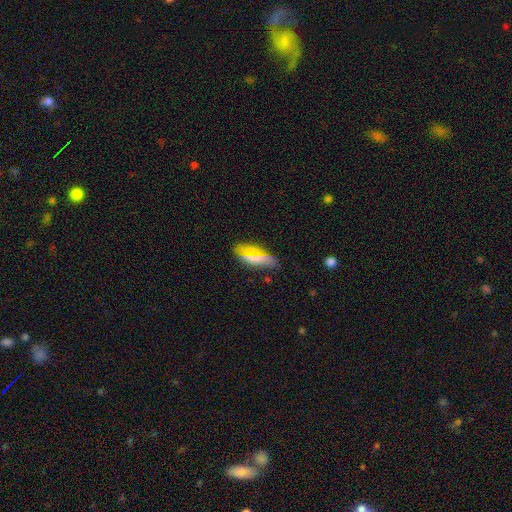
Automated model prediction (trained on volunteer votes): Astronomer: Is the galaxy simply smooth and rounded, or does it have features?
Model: smooth — 63%.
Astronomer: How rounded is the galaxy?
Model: in between — 68%.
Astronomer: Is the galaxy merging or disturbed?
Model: none — 80%.